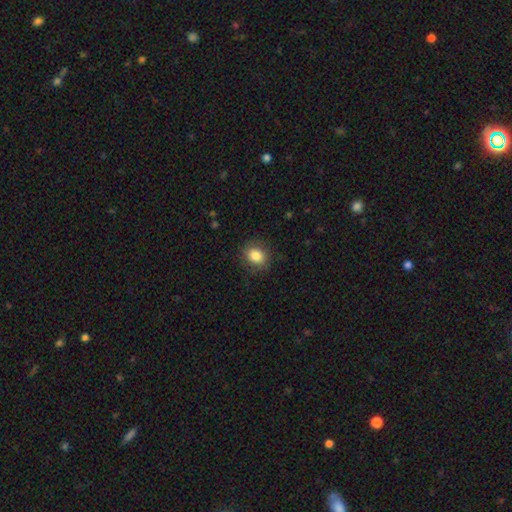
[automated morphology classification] smooth_or_featured: smooth (p=0.85) [alt: star or artifact p=0.09]
how_rounded: round (p=0.56) [alt: in between p=0.43]
merging: none (p=0.85) [alt: minor disturbance p=0.10]